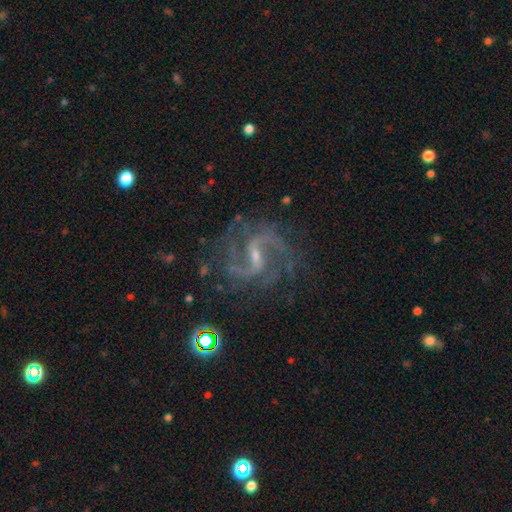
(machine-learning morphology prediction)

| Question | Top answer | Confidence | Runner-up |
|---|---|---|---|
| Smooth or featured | featured or disk | 91% | star or artifact (7%) |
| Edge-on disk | no | 98% | yes (2%) |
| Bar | weak | 50% | strong (36%) |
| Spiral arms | yes | 98% | no (2%) |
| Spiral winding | medium | 58% | loose (28%) |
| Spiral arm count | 2 | 86% | 3 (4%) |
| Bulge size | small | 70% | moderate (21%) |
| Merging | none | 74% | minor disturbance (16%) |